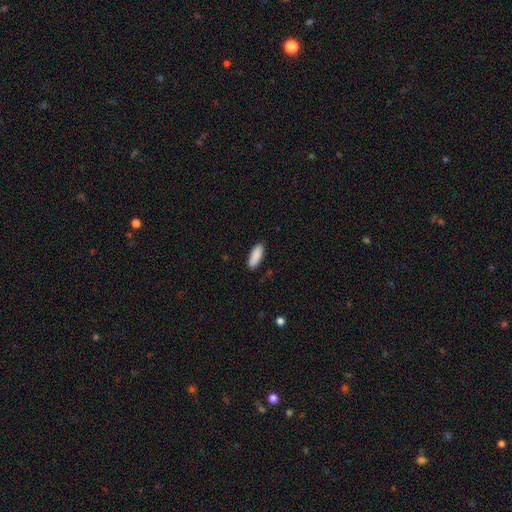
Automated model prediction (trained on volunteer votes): The model was most divided on "how rounded": in between: 67%, cigar-shaped: 31%, round: 2%. More confident: smooth or featured — smooth (90%); merging — none (88%).